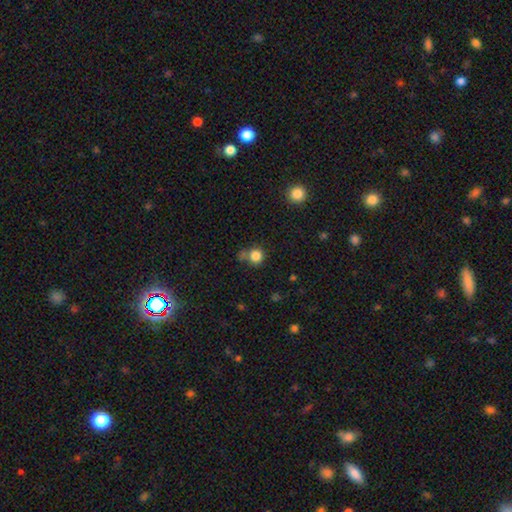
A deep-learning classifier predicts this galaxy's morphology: smooth 83%, star or artifact 12%, featured or disk 5%. Down the decision tree: how rounded — round (90%); merging — none (62%).